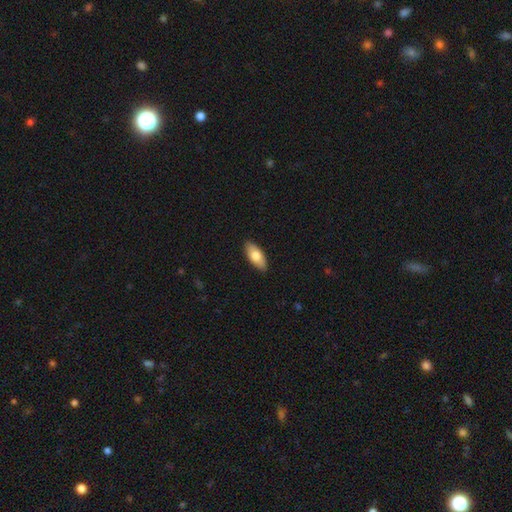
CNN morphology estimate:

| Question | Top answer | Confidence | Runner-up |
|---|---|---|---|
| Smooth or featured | smooth | 75% | featured or disk (19%) |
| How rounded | in between | 87% | cigar-shaped (11%) |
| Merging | none | 89% | minor disturbance (8%) |